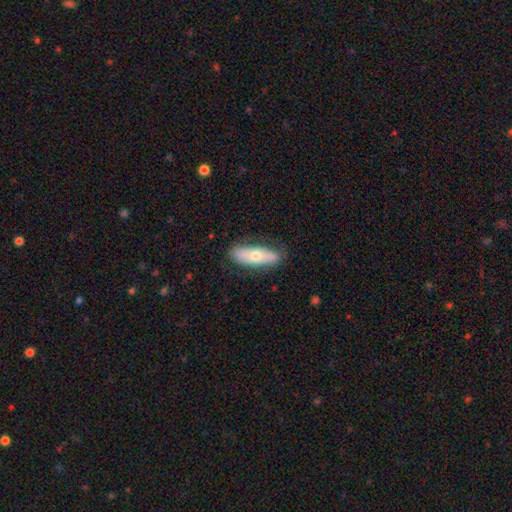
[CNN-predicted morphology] Smooth or featured: smooth — 61% (featured or disk — 33%)
How rounded: in between — 54% (cigar-shaped — 44%)
Merging: none — 80% (minor disturbance — 15%)